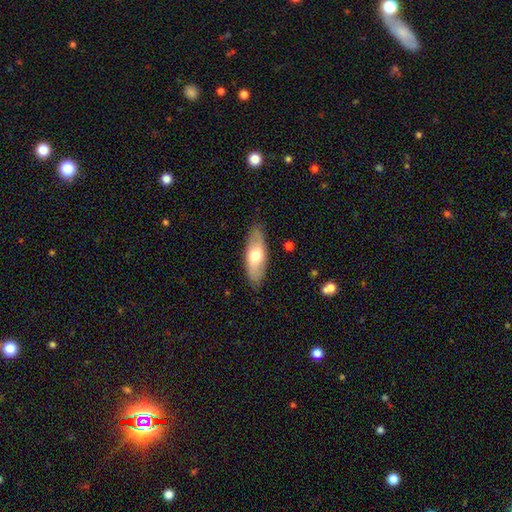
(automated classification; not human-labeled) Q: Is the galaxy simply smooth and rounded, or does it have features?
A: smooth — 64%.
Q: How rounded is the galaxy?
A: in between — 71%.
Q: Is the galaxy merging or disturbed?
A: none — 85%.